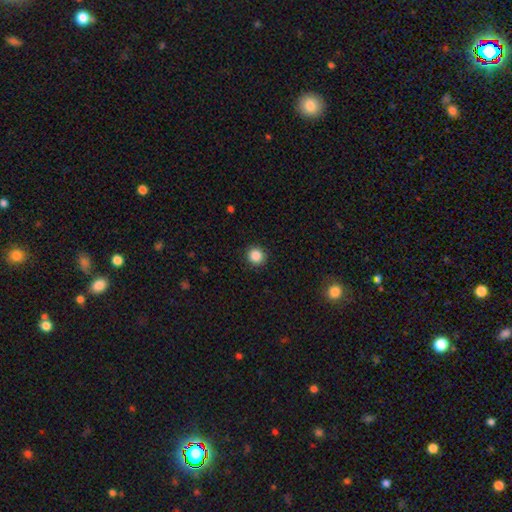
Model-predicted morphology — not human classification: type=smooth (86%); roundness=round (93%); merging=none (91%).